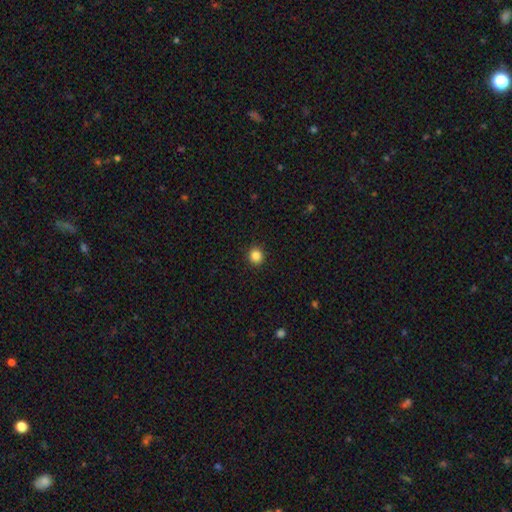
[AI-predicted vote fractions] smooth-or-featured: smooth: 85% | star or artifact: 11% | featured or disk: 4%
  how-rounded: round: 89% | in between: 10% | cigar-shaped: 1%
  merging: none: 92% | minor disturbance: 5% | major disturbance: 2% | merger: 1%